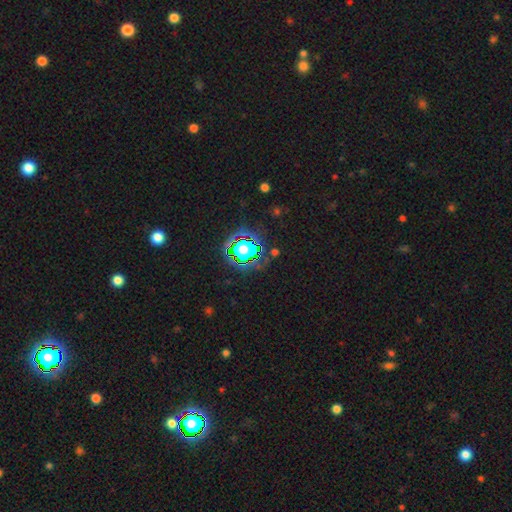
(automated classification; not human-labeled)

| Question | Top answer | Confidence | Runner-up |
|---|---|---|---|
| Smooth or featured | star or artifact | 82% | smooth (11%) |